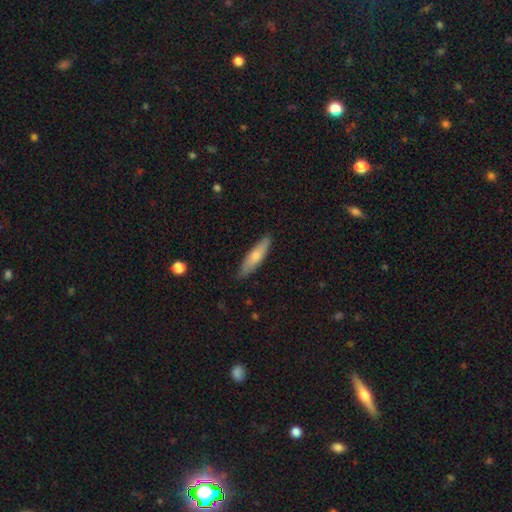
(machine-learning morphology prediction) type=smooth (68%); roundness=cigar-shaped (72%); merging=none (86%).